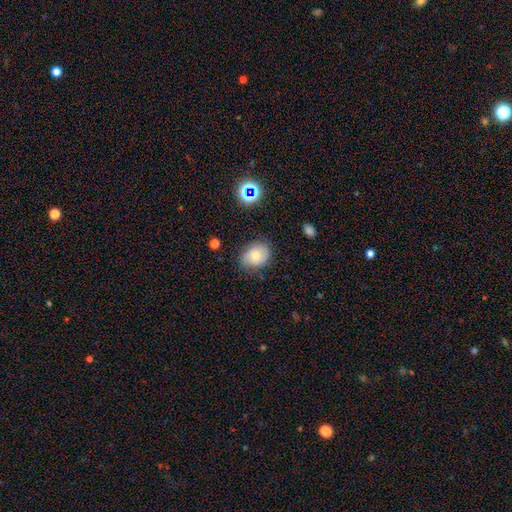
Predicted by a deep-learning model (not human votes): Smooth or featured: smooth — 69% (featured or disk — 19%)
How rounded: in between — 60% (round — 39%)
Merging: none — 76% (minor disturbance — 18%)